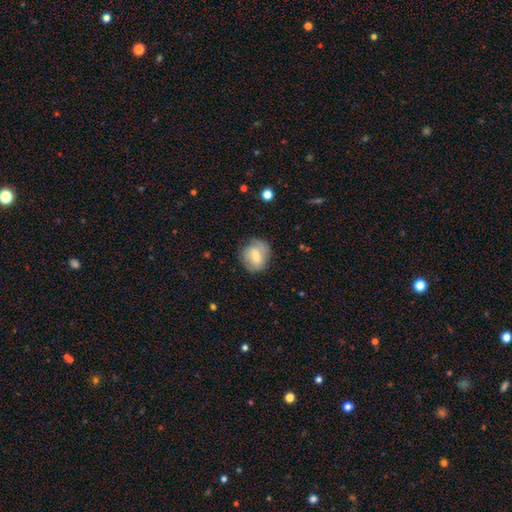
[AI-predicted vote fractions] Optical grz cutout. It shows a smooth galaxy with no disk features (53%) that is round (71%). Merging: none (72%).